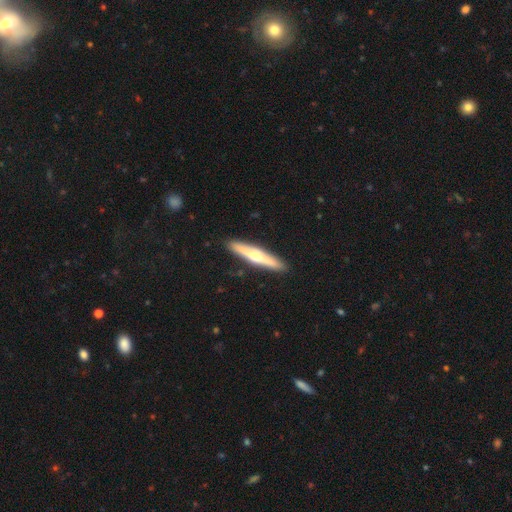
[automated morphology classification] Smooth or featured? Predicted: featured or disk (p=0.60). Edge-on disk? Predicted: yes (p=0.96). Edge-on bulge? Predicted: rounded (p=0.90). Merging? Predicted: none (p=0.91).